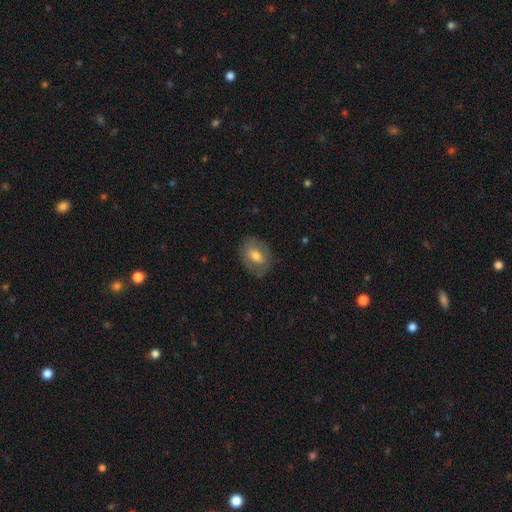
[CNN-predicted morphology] A smooth galaxy with no disk features (54%) that is in between round and cigar-shaped (75%). Merging: none (75%).